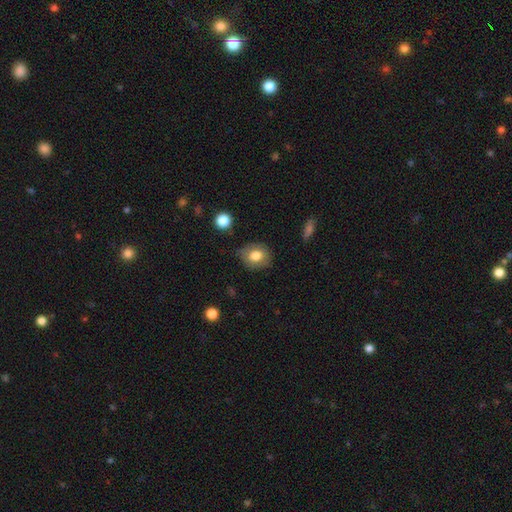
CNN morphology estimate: This appears to be a smooth galaxy with no disk features (78%) that is round (63%). Merging: none (74%).